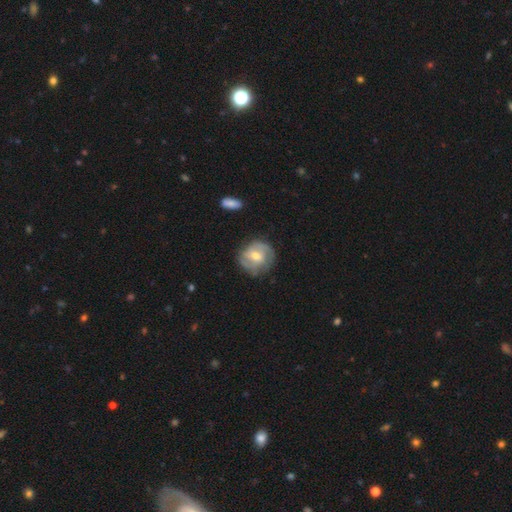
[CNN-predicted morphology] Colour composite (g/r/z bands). It shows a featured or disk galaxy (70%) with a weak bar (47%), 2 (47%) tight (48%) spiral arms (85%) and a moderate central bulge (63%). Merging: none (72%).